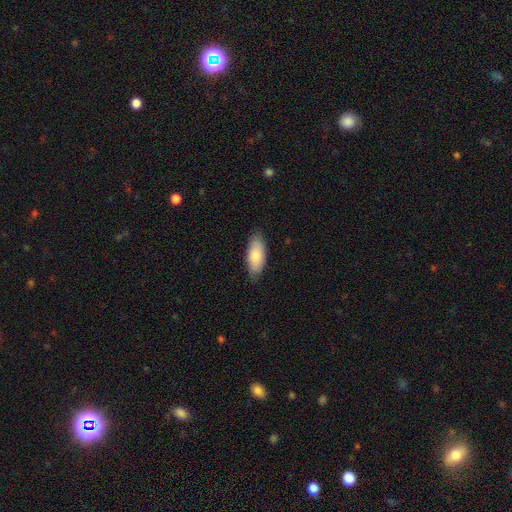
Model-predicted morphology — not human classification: Overall: smooth (81%). How rounded: in between (86%). Merging: none (82%).